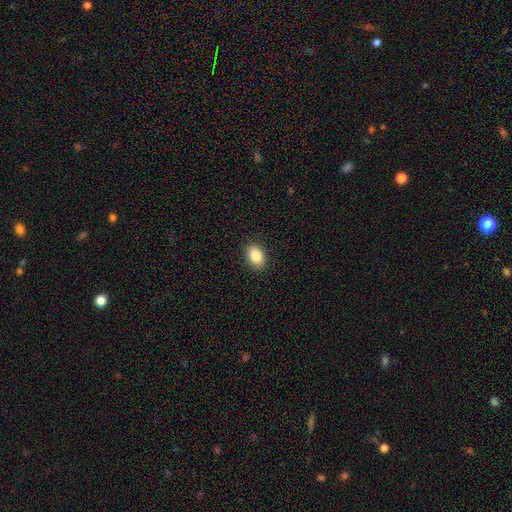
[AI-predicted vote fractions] This appears to be a smooth galaxy with no disk features (86%) that is in between round and cigar-shaped (82%). Merging: none (89%).